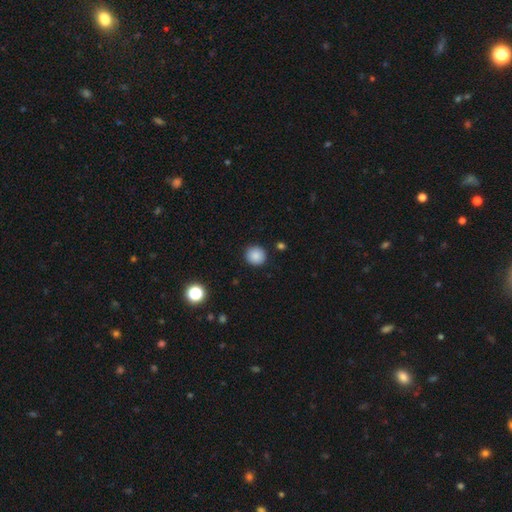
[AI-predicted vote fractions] Morphology: type=smooth (87%); roundness=round (94%); merging=none (91%).